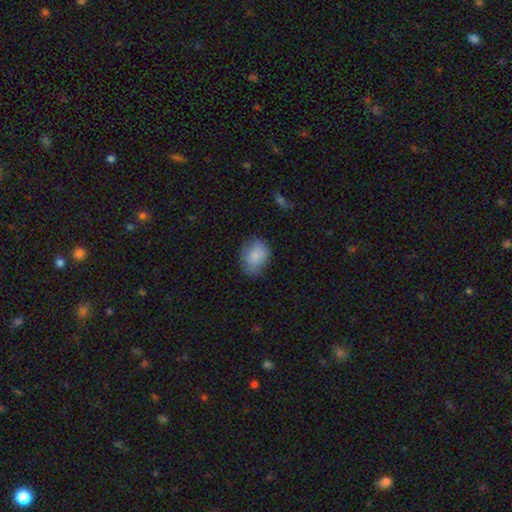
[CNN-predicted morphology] smooth_or_featured: smooth (p=0.84) [alt: featured or disk p=0.08]
how_rounded: in between (p=0.60) [alt: round p=0.39]
merging: none (p=0.68) [alt: minor disturbance p=0.24]